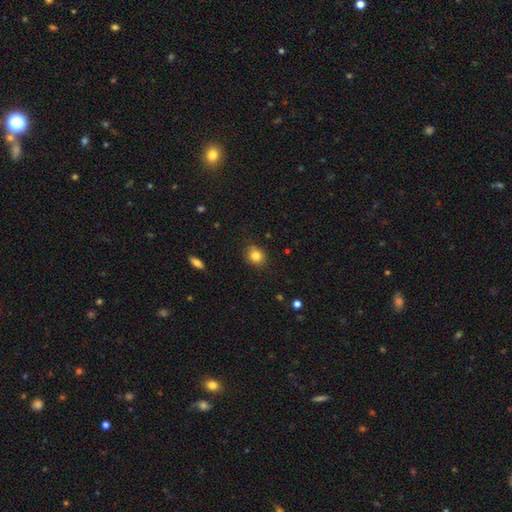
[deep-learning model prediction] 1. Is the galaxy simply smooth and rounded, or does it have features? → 84% smooth, 10% star or artifact, 6% featured or disk.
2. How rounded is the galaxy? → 72% round, 27% in between, 1% cigar-shaped.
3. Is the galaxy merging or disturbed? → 84% none, 12% minor disturbance, 3% major disturbance, 1% merger.